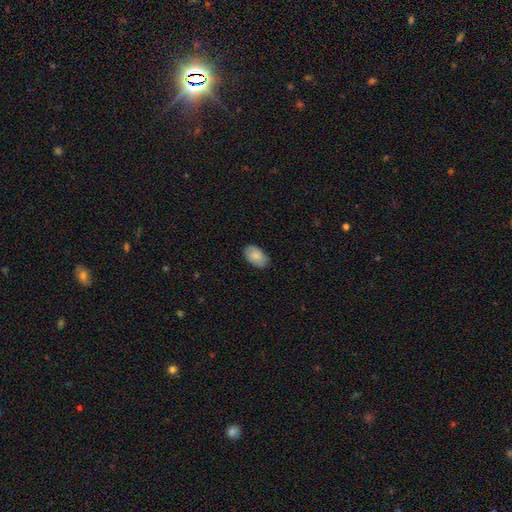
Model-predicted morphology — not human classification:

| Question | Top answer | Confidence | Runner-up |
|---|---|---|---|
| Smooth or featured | smooth | 84% | featured or disk (10%) |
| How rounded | in between | 92% | round (7%) |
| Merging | none | 83% | minor disturbance (14%) |